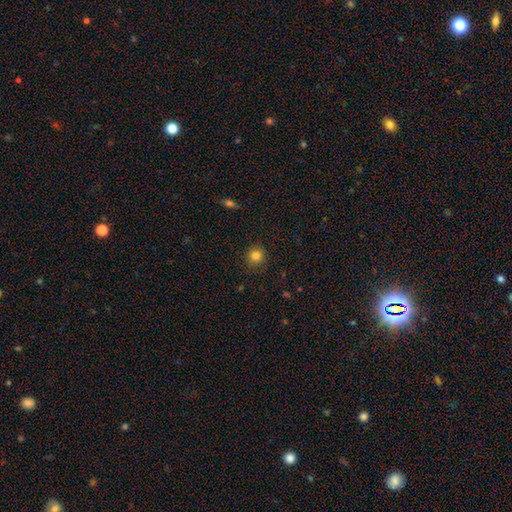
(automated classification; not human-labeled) smooth-or-featured: smooth: 82% | star or artifact: 12% | featured or disk: 6%
  how-rounded: round: 91% | in between: 8% | cigar-shaped: 1%
  merging: none: 88% | minor disturbance: 9% | major disturbance: 2% | merger: 1%